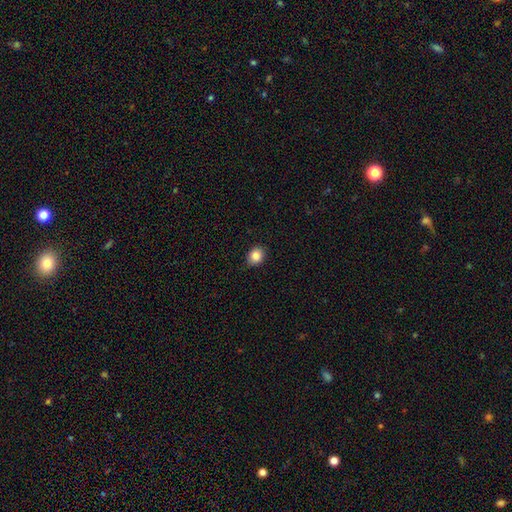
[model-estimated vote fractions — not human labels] A smooth galaxy with no disk features (86%) that is round (64%). Merging: none (85%).